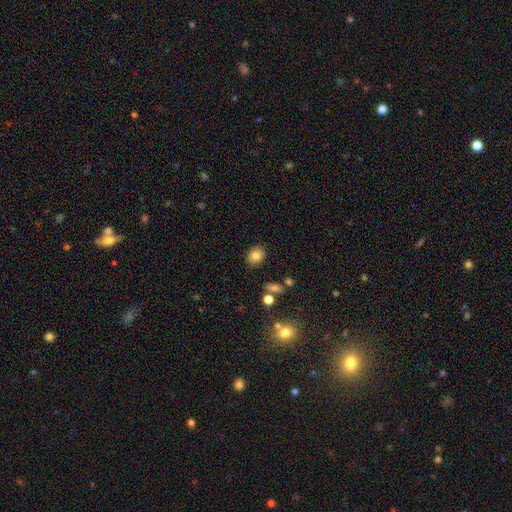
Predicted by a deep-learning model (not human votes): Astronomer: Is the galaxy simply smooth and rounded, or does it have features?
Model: smooth — 82%.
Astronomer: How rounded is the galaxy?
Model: in between — 55% (runner-up: round, 44%).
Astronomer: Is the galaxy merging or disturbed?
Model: none — 86%.